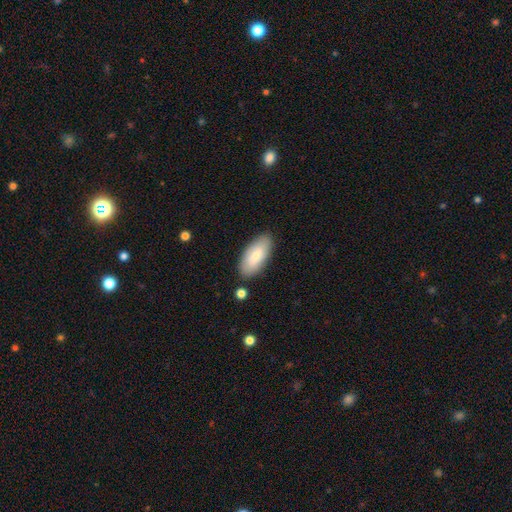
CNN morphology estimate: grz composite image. It shows a smooth galaxy with no disk features (77%) that is in between round and cigar-shaped (89%). Merging: none (83%).